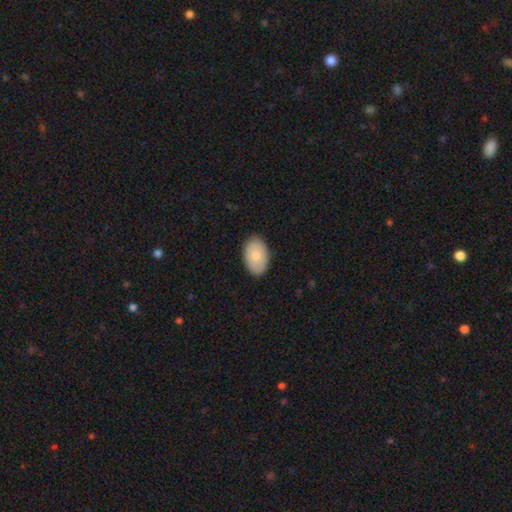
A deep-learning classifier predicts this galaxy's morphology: Smooth or featured? smooth (78%)
How rounded? in between (90%)
Merging? none (87%)